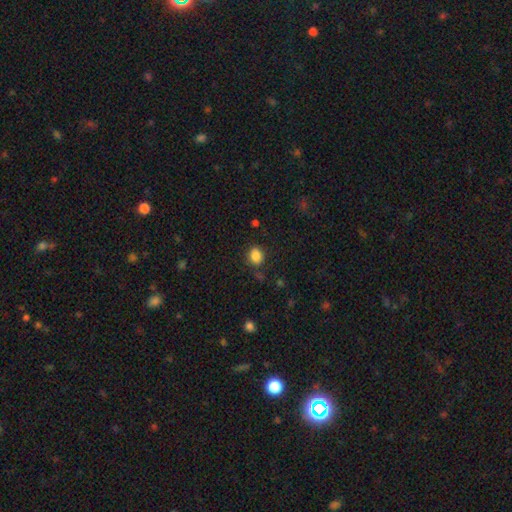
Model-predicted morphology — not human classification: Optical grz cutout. It shows a smooth galaxy with no disk features (86%) that is round (59%). Merging: none (81%).